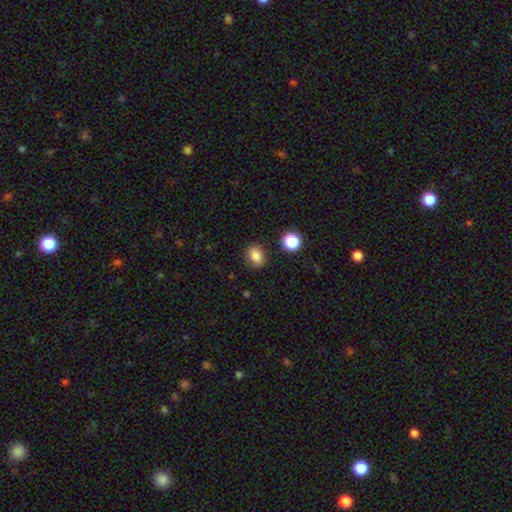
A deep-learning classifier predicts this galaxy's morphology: smooth-or-featured: smooth: 83% | star or artifact: 11% | featured or disk: 6%
  how-rounded: in between: 71% | round: 28% | cigar-shaped: 2%
  merging: none: 84% | minor disturbance: 10% | major disturbance: 3% | merger: 3%